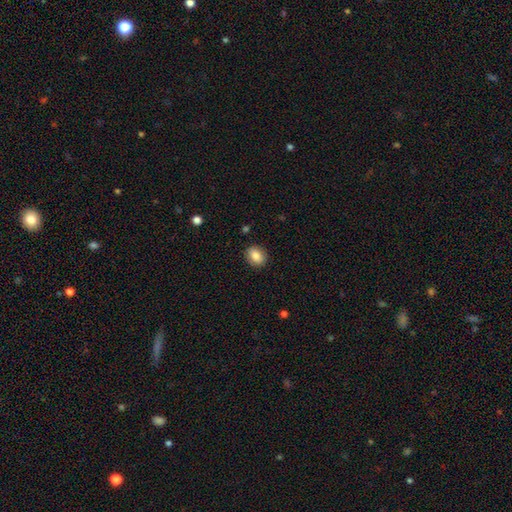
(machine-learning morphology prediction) This appears to be a smooth galaxy with no disk features (84%) that is in between round and cigar-shaped (53%). Merging: none (89%).